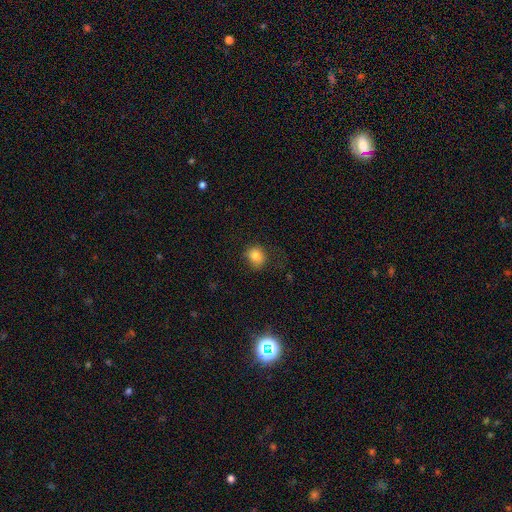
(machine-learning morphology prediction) Overall: smooth (81%). How rounded: round (71%). Merging: none (69%).